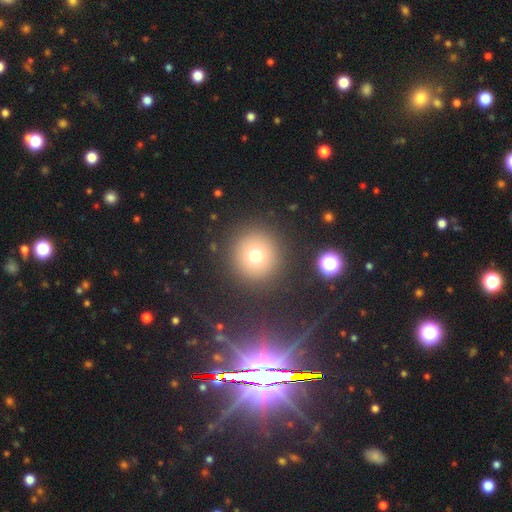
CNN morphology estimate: This appears to be a smooth galaxy with no disk features (70%) that is round (95%). Merging: none (89%).